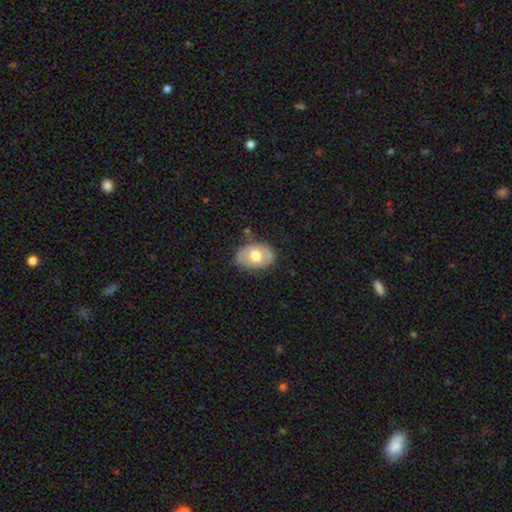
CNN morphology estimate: smooth-or-featured: smooth: 60% | featured or disk: 33% | star or artifact: 6%
  how-rounded: in between: 79% | round: 20% | cigar-shaped: 1%
  merging: none: 73% | minor disturbance: 20% | major disturbance: 5% | merger: 2%